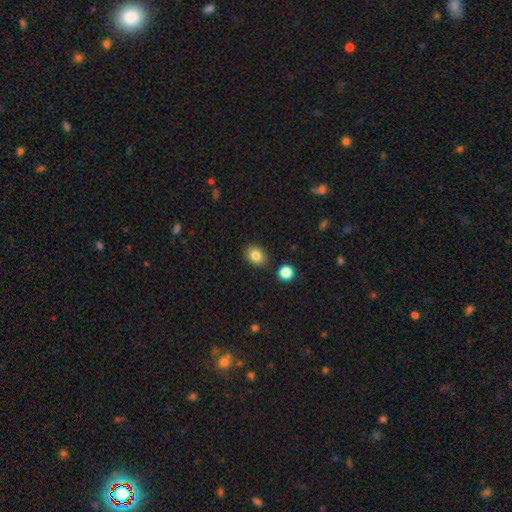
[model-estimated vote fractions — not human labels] smooth 83%, star or artifact 10%, featured or disk 7%. Down the decision tree: how rounded — in between (55%); merging — none (86%).